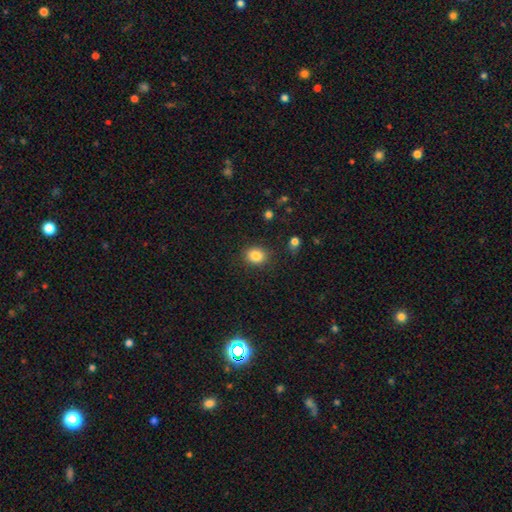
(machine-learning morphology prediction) A smooth galaxy with no disk features (84%) that is round (58%). Merging: none (86%).